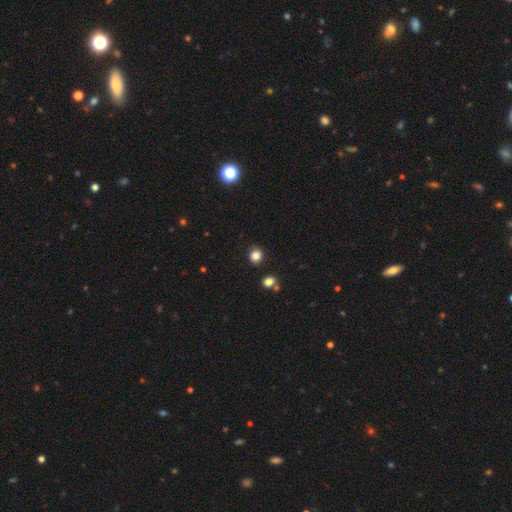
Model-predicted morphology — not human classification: smooth 84%, star or artifact 12%, featured or disk 4%. Down the decision tree: how rounded — round (79%); merging — none (86%).